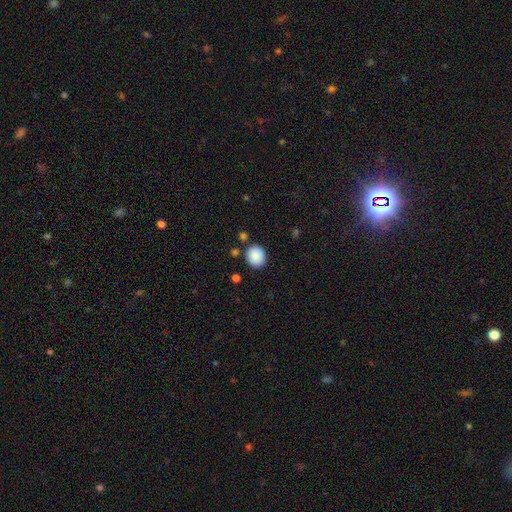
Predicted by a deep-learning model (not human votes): smooth-or-featured: smooth: 88% | star or artifact: 8% | featured or disk: 4%
  how-rounded: round: 82% | in between: 17% | cigar-shaped: 1%
  merging: none: 85% | minor disturbance: 8% | merger: 4% | major disturbance: 2%